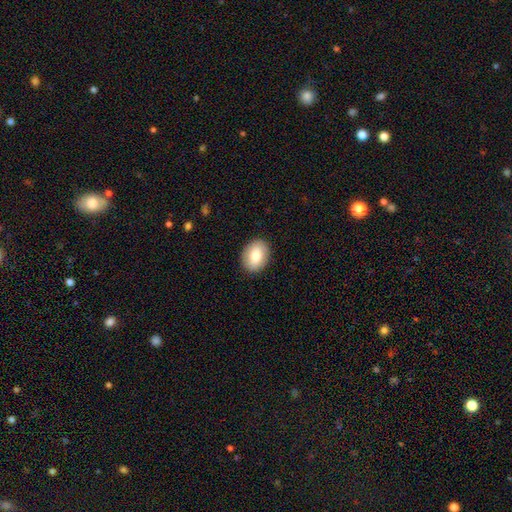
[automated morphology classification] This appears to be a smooth galaxy with no disk features (81%) that is in between round and cigar-shaped (71%). Merging: none (89%).